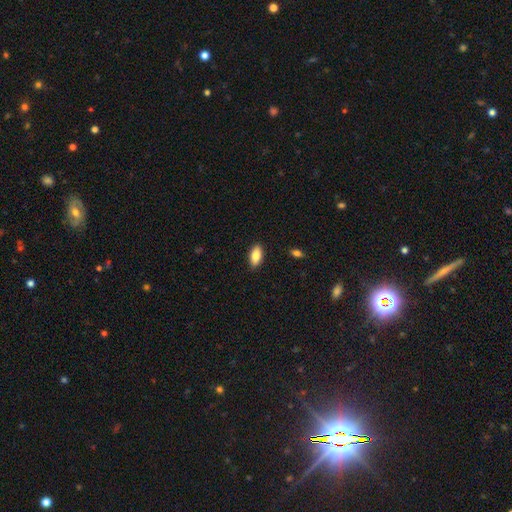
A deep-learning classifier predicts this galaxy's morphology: smooth_or_featured: smooth (p=0.83) [alt: featured or disk p=0.10]
how_rounded: in between (p=0.90) [alt: cigar-shaped p=0.07]
merging: none (p=0.87) [alt: minor disturbance p=0.10]